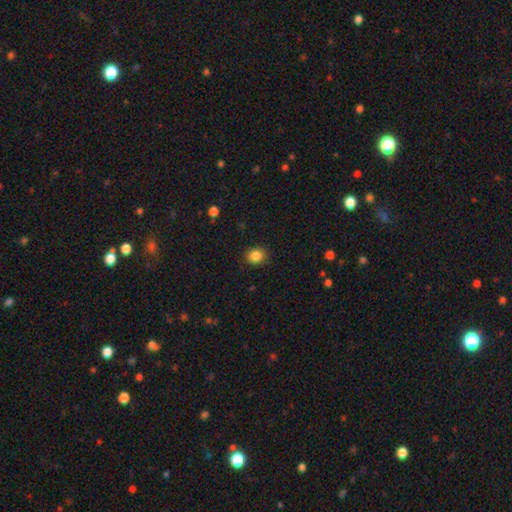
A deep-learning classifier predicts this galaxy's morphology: A smooth galaxy with no disk features (86%) that is round (72%). Merging: none (88%).